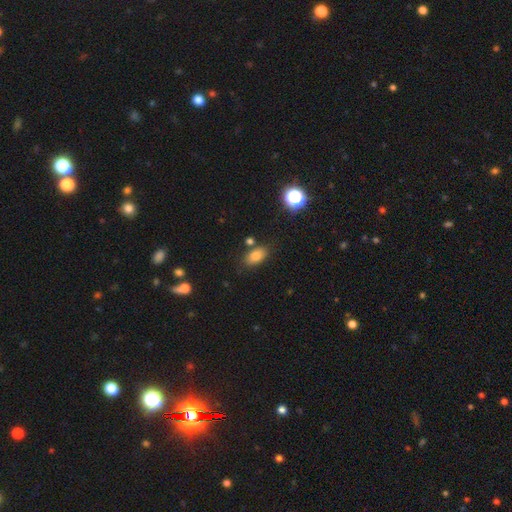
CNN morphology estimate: type=smooth (79%); roundness=in between (87%); merging=none (78%).